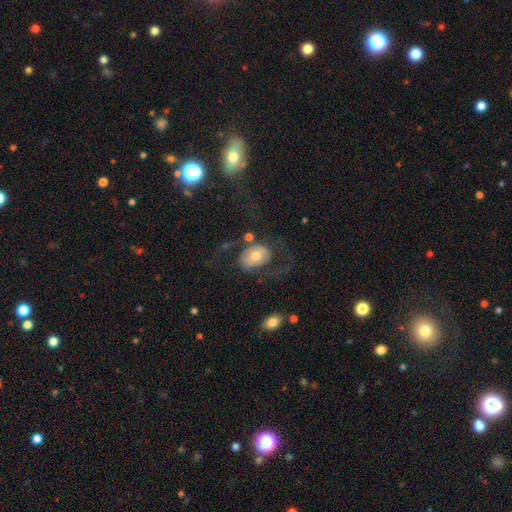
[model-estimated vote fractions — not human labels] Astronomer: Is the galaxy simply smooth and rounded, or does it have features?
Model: featured or disk — 53% (runner-up: smooth, 39%).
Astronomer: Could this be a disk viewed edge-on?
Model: no — 95%.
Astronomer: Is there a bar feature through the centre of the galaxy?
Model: no — 70%.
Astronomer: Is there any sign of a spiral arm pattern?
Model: yes — 57% (runner-up: no, 43%).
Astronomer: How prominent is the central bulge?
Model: moderate — 70%.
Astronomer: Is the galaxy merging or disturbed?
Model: none — 48% (runner-up: major disturbance, 29%).